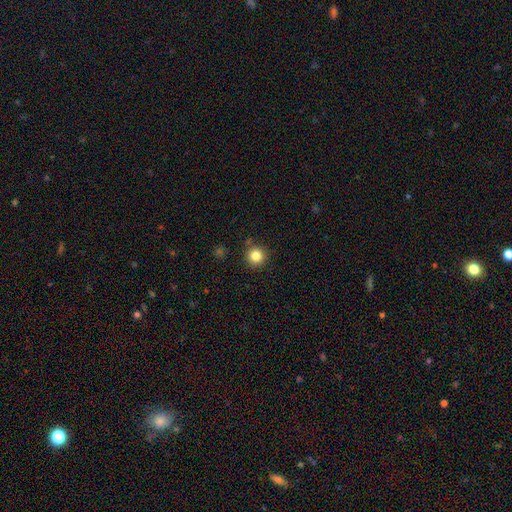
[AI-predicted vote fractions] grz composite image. It shows a smooth galaxy with no disk features (84%) that is round (95%). Merging: none (89%).